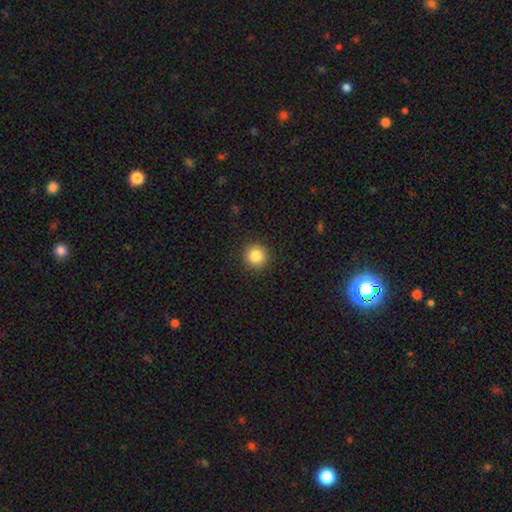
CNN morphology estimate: Smooth or featured?
  - smooth: 85% *
  - star or artifact: 10%
  - featured or disk: 5%
How rounded?
  - round: 94% *
  - in between: 5%
  - cigar-shaped: 1%
Merging?
  - none: 92% *
  - minor disturbance: 5%
  - major disturbance: 2%
  - merger: 1%